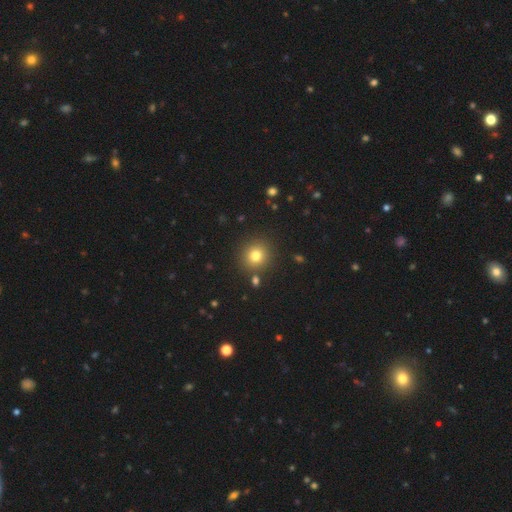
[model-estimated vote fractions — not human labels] The model was most divided on "smooth or featured": smooth: 78%, star or artifact: 14%, featured or disk: 8%. More confident: how rounded — round (90%); merging — none (87%).